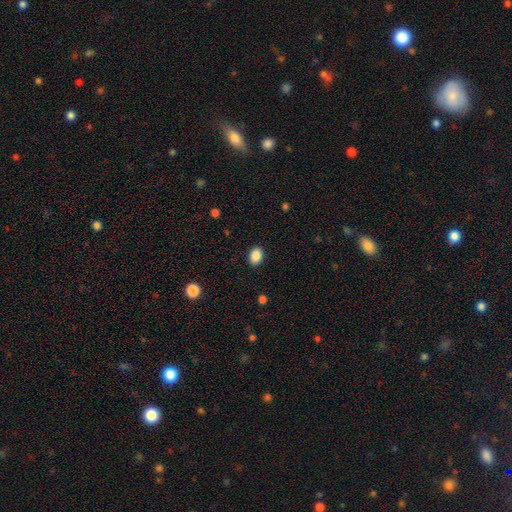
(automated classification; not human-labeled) The model was most divided on "how rounded": in between: 75%, round: 24%, cigar-shaped: 1%. More confident: merging — none (89%); smooth or featured — smooth (88%).